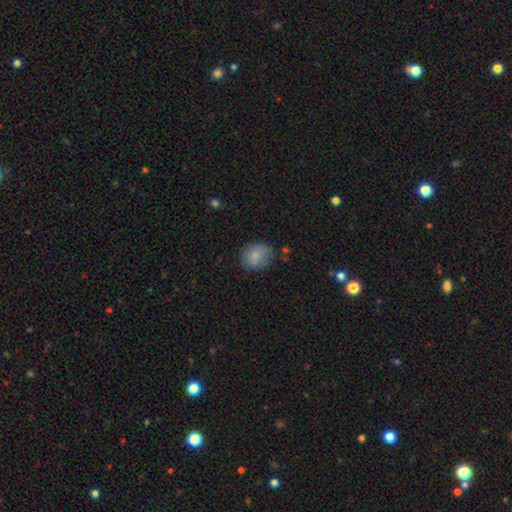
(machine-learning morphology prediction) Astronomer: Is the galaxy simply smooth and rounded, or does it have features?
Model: smooth — 82%.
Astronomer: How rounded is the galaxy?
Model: round — 59% (runner-up: in between, 40%).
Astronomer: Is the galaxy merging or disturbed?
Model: none — 70%.